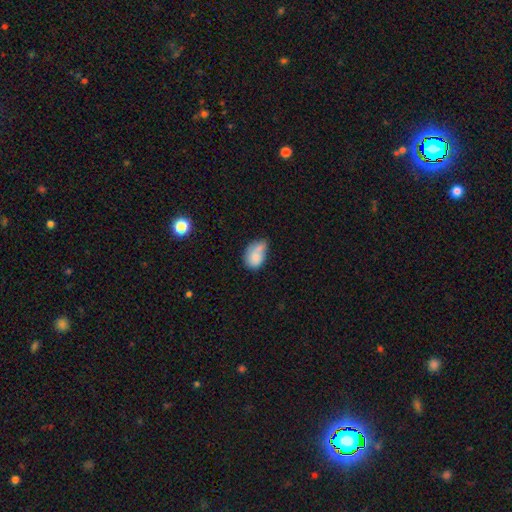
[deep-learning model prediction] A smooth galaxy with no disk features (75%) that is in between round and cigar-shaped (82%).

Vote fractions:
- Smooth or featured? smooth: 75% / featured or disk: 17% / star or artifact: 9%
- How rounded? in between: 82% / round: 16% / cigar-shaped: 2%
- Merging? minor disturbance: 34% (tied) / none: 34% (tied) / merger: 18% / major disturbance: 15%